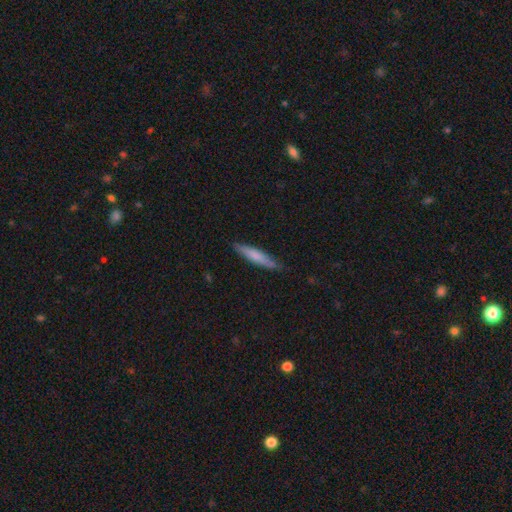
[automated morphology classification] A smooth galaxy with no disk features (71%) that is cigar-shaped (88%).

Vote fractions:
- Smooth or featured? smooth: 71% / featured or disk: 24% / star or artifact: 5%
- How rounded? cigar-shaped: 88% / in between: 10% / round: 1%
- Merging? none: 83% / minor disturbance: 13% / major disturbance: 2% / merger: 1%